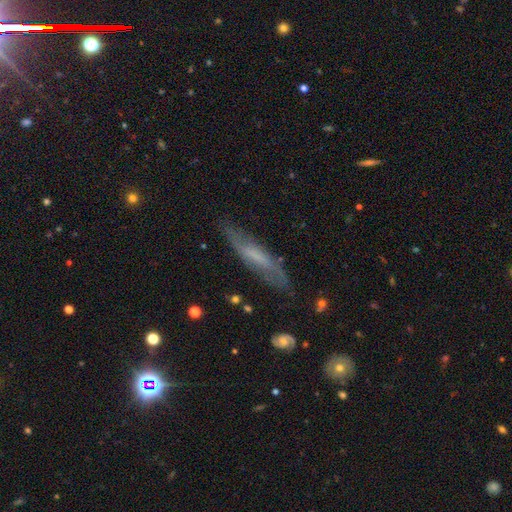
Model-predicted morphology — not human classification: A featured or disk galaxy (56%). Merging: none (72%).